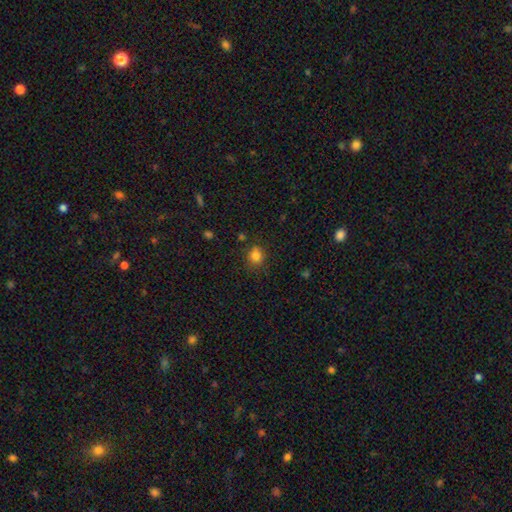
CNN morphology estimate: The model was most divided on "how rounded": round: 73%, in between: 26%, cigar-shaped: 1%. More confident: smooth or featured — smooth (82%); merging — none (80%).